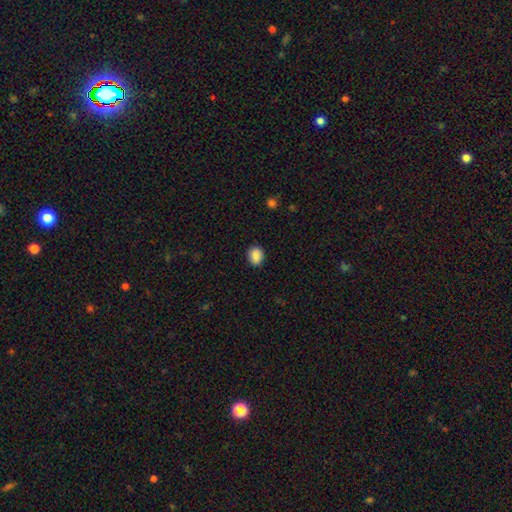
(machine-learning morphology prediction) A smooth galaxy with no disk features (88%) that is round (52%). Merging: none (86%).